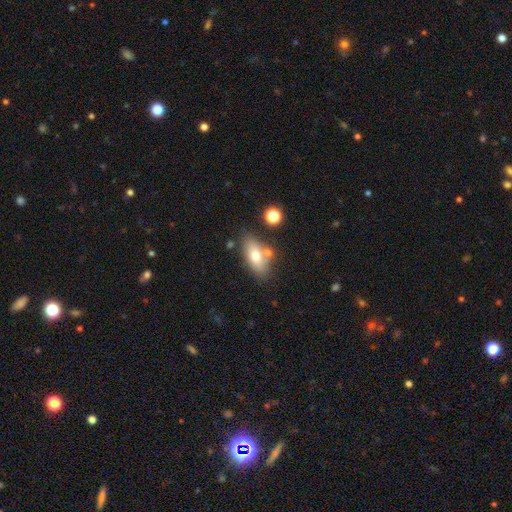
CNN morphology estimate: smooth 70%, featured or disk 22%, star or artifact 8%. Down the decision tree: how rounded — in between (85%); merging — none (65%).